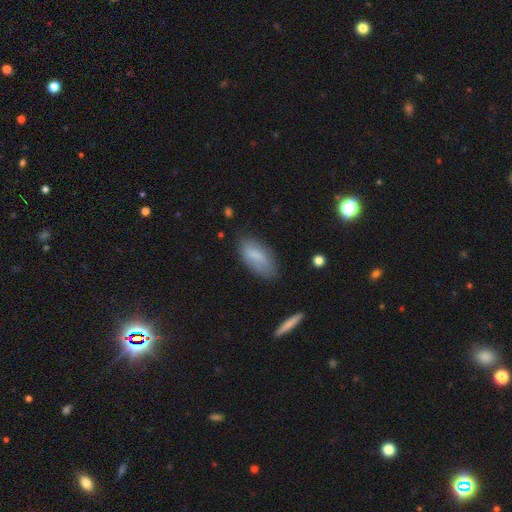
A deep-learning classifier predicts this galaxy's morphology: Q: Smooth or featured?
A: smooth (74%); runner-up: featured or disk (18%)
Q: How rounded?
A: in between (84%); runner-up: cigar-shaped (14%)
Q: Merging?
A: none (69%); runner-up: minor disturbance (23%)